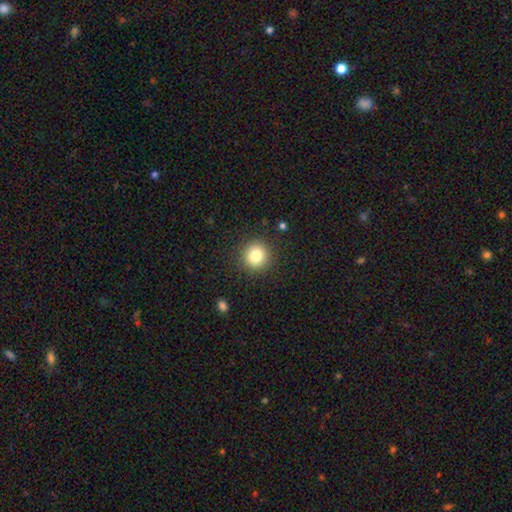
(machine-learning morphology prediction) Smooth or featured? smooth (81%)
How rounded? round (93%)
Merging? none (90%)